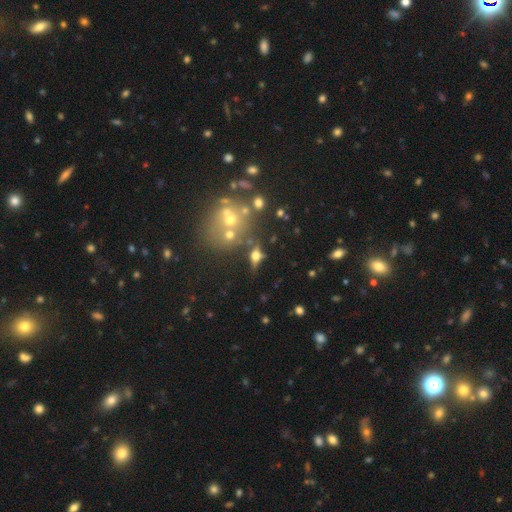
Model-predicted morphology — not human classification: Smooth or featured: featured or disk — 42% (smooth — 40%)
Merging: none — 61% (minor disturbance — 16%)